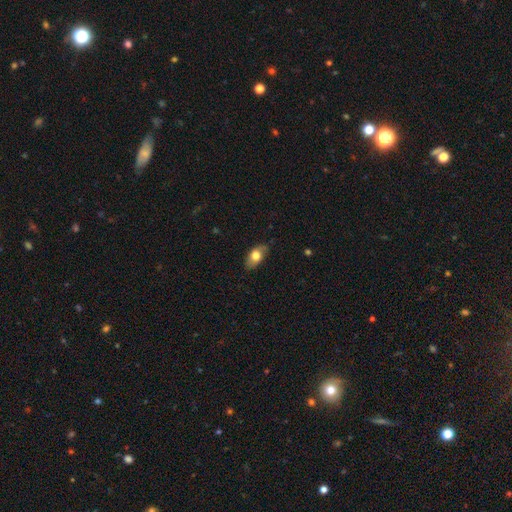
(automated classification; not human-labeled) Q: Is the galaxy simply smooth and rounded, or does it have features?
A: smooth — 70%.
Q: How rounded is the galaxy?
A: in between — 89%.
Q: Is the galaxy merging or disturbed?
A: none — 78%.